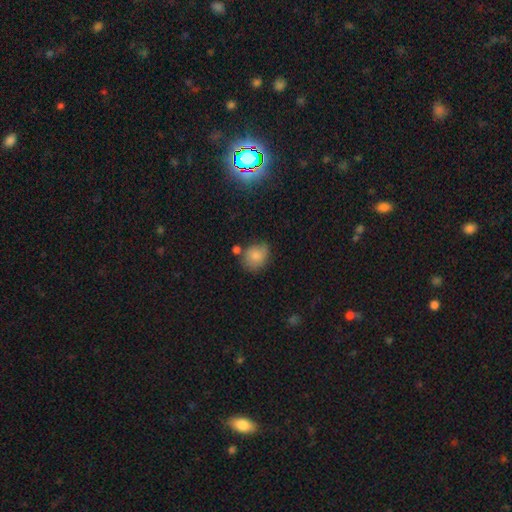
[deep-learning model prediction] Smooth or featured?
  - smooth: 81% *
  - featured or disk: 10%
  - star or artifact: 9%
How rounded?
  - round: 57% *
  - in between: 42%
  - cigar-shaped: 1%
Merging?
  - none: 62% *
  - minor disturbance: 22%
  - merger: 11%
  - major disturbance: 5%